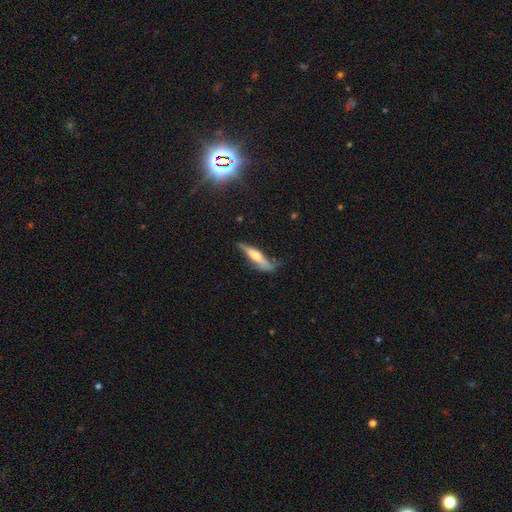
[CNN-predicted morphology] A featured or disk galaxy (54%) viewed edge-on (88%).

Vote fractions:
- Smooth or featured? featured or disk: 54% / smooth: 40% / star or artifact: 6%
- Edge-on disk? yes: 88% / no: 12%
- Merging? none: 58% / minor disturbance: 29% / major disturbance: 10% / merger: 3%